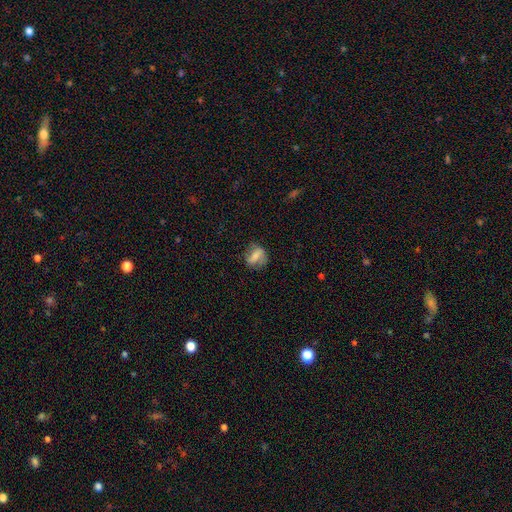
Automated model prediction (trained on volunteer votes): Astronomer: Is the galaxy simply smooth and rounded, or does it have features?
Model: smooth — 50% (runner-up: featured or disk, 41%).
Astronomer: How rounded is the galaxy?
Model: in between — 56% (runner-up: round, 37%).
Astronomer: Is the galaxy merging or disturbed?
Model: none — 67%.